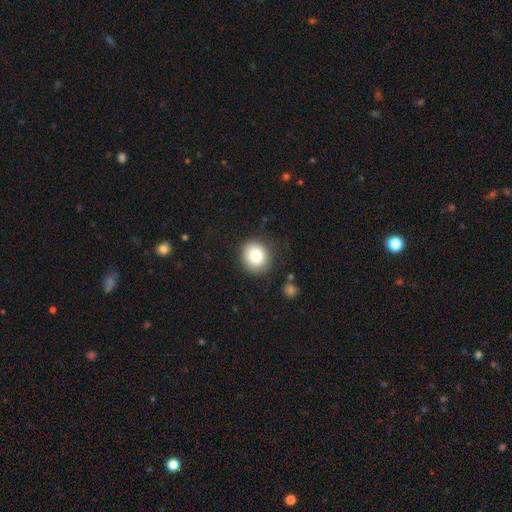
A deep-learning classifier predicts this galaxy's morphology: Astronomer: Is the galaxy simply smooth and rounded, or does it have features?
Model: smooth — 83%.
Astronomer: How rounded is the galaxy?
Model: round — 81%.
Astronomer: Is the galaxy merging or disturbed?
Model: none — 85%.